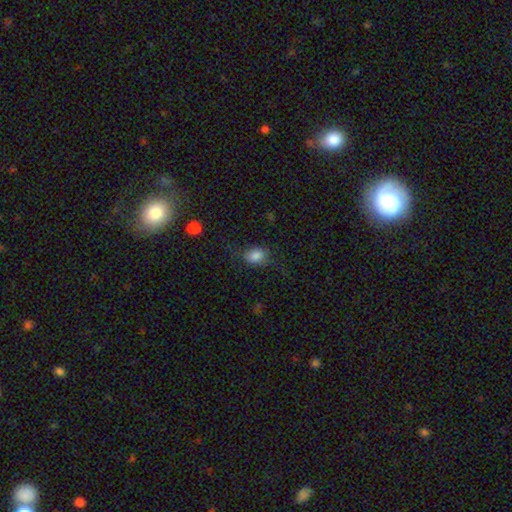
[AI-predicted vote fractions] A smooth galaxy with no disk features (83%) that is in between round and cigar-shaped (62%). Merging: none (64%).